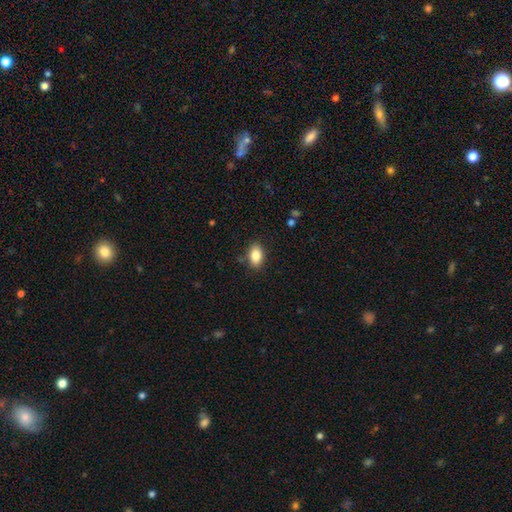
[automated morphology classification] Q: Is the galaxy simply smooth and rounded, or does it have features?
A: smooth — 85%.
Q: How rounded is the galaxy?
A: in between — 88%.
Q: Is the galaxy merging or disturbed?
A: none — 86%.